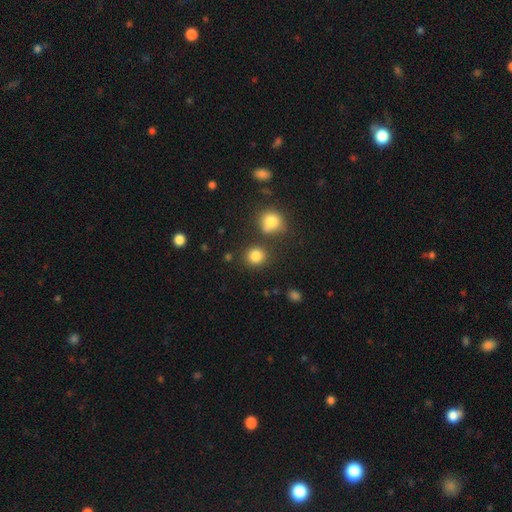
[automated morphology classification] A smooth galaxy with no disk features (84%) that is round (87%).

Vote fractions:
- Smooth or featured? smooth: 84% / star or artifact: 12% / featured or disk: 5%
- How rounded? round: 87% / in between: 12% / cigar-shaped: 1%
- Merging? none: 79% / merger: 9% / minor disturbance: 8% / major disturbance: 3%